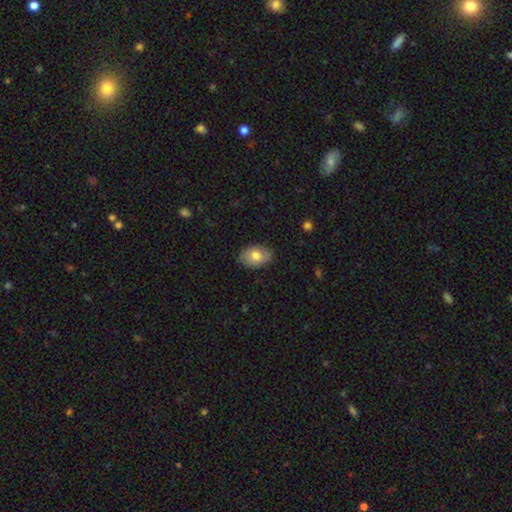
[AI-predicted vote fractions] This appears to be a smooth galaxy with no disk features (76%) that is in between round and cigar-shaped (84%). Merging: none (84%).